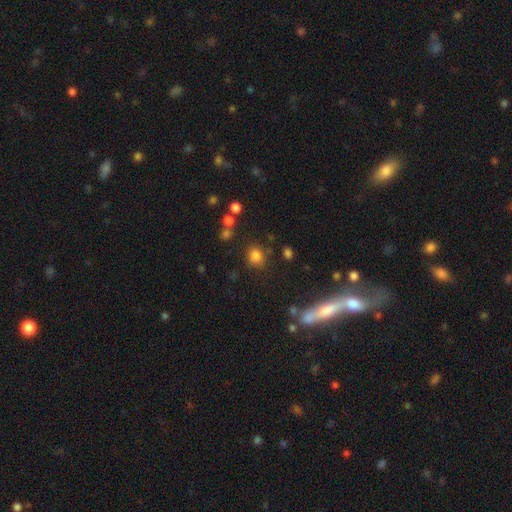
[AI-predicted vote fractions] This appears to be a smooth galaxy with no disk features (79%) that is round (76%). Merging: none (77%).